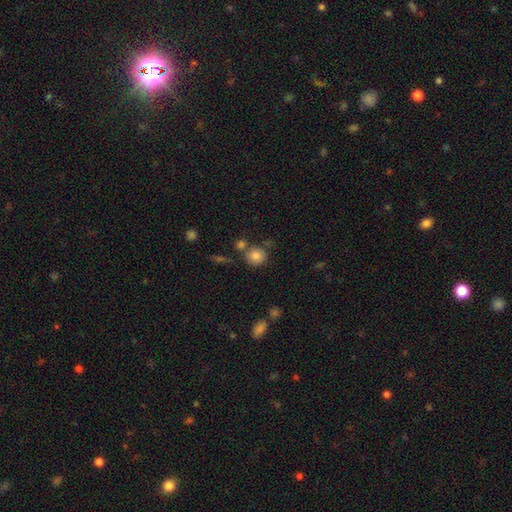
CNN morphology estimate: Smooth or featured?
  - smooth: 82% *
  - star or artifact: 10%
  - featured or disk: 8%
How rounded?
  - round: 86% *
  - in between: 13%
  - cigar-shaped: 1%
Merging?
  - none: 68% *
  - merger: 15%
  - minor disturbance: 12%
  - major disturbance: 4%